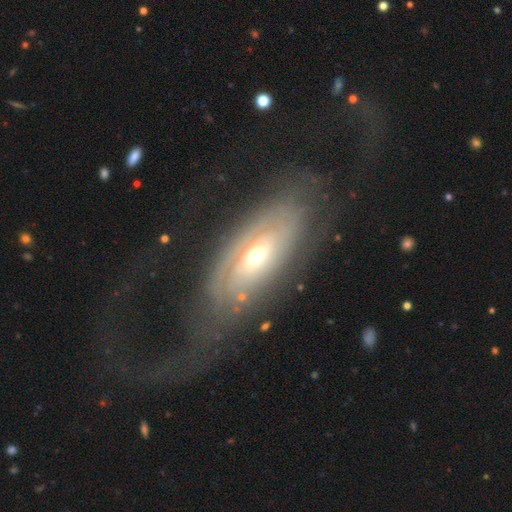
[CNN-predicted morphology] Smooth or featured?
  - featured or disk: 76% *
  - smooth: 18%
  - star or artifact: 6%
Edge-on disk?
  - no: 87% *
  - yes: 13%
Bar?
  - no: 65% *
  - weak: 24%
  - strong: 11%
Spiral arms?
  - yes: 73% *
  - no: 27%
Bulge size?
  - moderate: 56% *
  - small: 37%
  - large: 5%
  - dominant: 1%
  - none: 1%
Merging?
  - major disturbance: 42% *
  - none: 40%
  - minor disturbance: 15%
  - merger: 3%